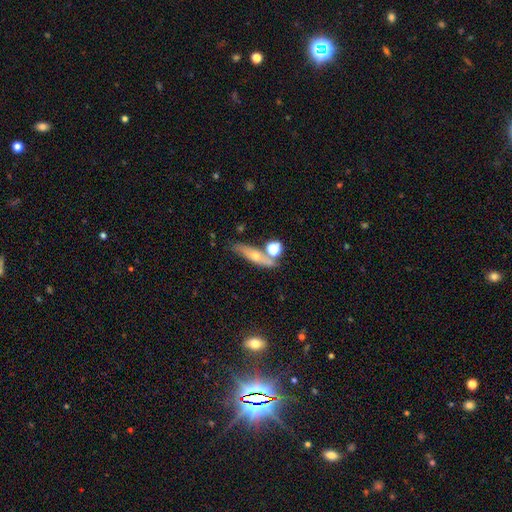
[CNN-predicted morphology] featured or disk 45%, smooth 44%, star or artifact 10%. Down the decision tree: merging — none (67%).